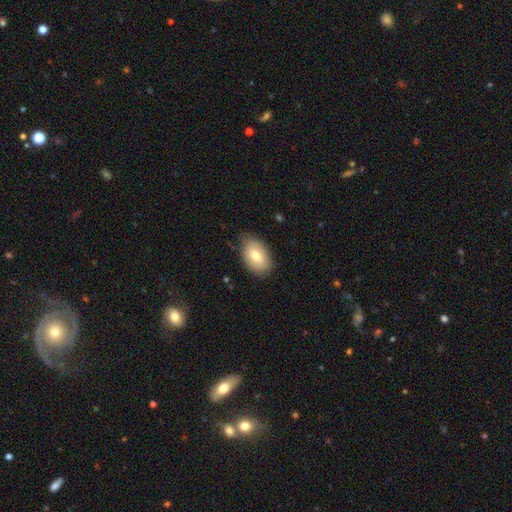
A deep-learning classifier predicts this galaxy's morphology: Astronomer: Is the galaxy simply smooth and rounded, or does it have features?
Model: smooth — 74%.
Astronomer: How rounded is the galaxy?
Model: in between — 90%.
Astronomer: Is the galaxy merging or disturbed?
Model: none — 78%.